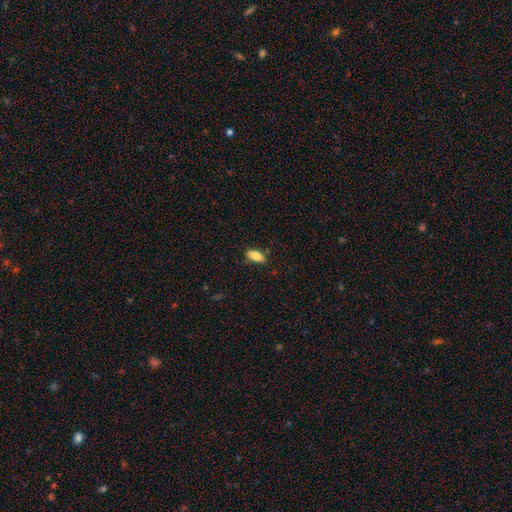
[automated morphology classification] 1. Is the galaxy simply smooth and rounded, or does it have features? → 81% smooth, 11% featured or disk, 7% star or artifact.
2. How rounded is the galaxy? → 88% in between, 9% cigar-shaped, 3% round.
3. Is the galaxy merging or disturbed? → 83% none, 13% minor disturbance, 2% major disturbance, 2% merger.